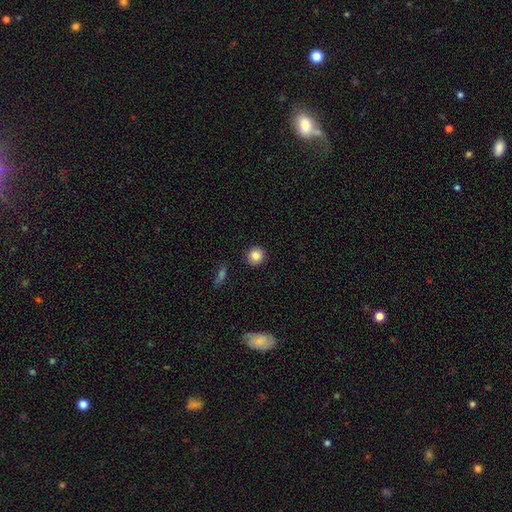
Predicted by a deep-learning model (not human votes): Overall: smooth (84%). How rounded: round (93%). Merging: none (92%).